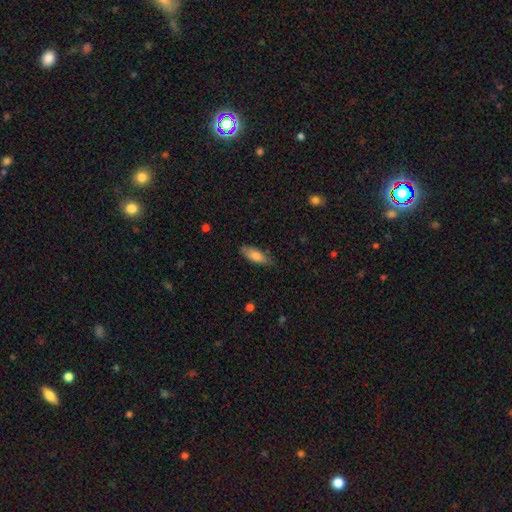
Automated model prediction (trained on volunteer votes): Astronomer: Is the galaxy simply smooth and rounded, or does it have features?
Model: smooth — 78%.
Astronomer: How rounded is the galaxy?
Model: in between — 67%.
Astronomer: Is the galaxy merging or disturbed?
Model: none — 76%.